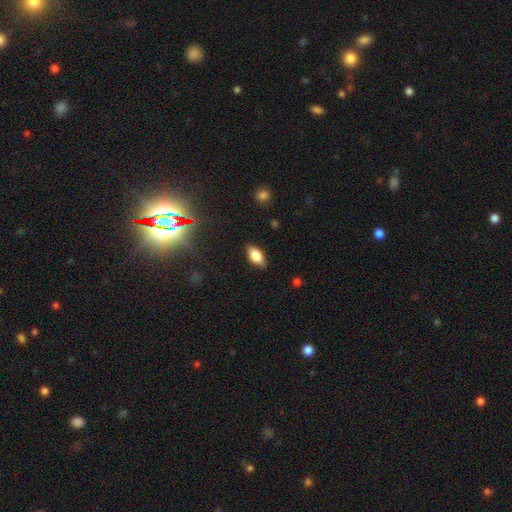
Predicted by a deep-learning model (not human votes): Smooth or featured? smooth (78%)
How rounded? in between (89%)
Merging? none (86%)